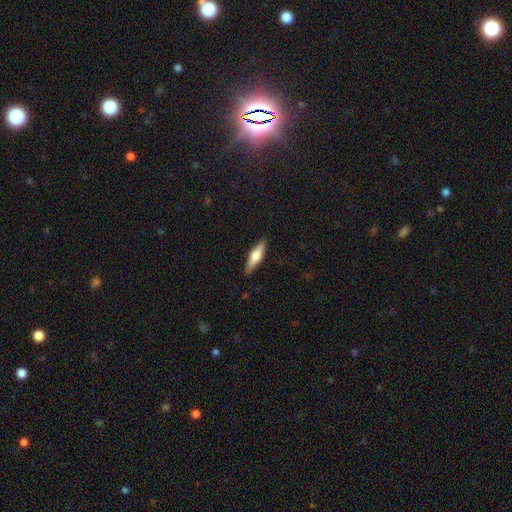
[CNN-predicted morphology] smooth_or_featured: featured or disk (p=0.51) [alt: smooth p=0.44]
disk_edge_on: yes (p=0.94) [alt: no p=0.06]
merging: none (p=0.88) [alt: minor disturbance p=0.09]